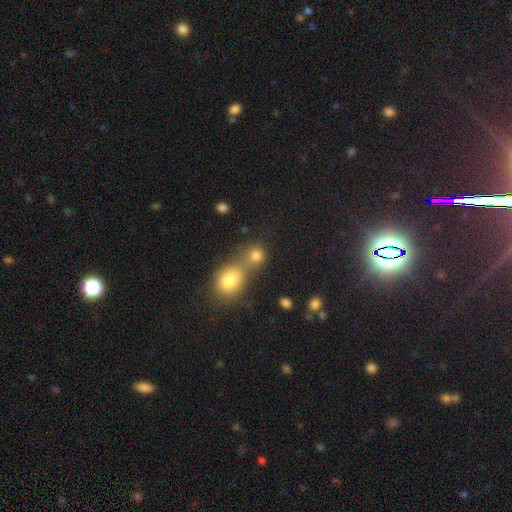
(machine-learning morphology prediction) smooth-or-featured: smooth: 79% | star or artifact: 13% | featured or disk: 8%
  how-rounded: round: 80% | in between: 19% | cigar-shaped: 1%
  merging: merger: 51% | none: 39% | minor disturbance: 6% | major disturbance: 4%